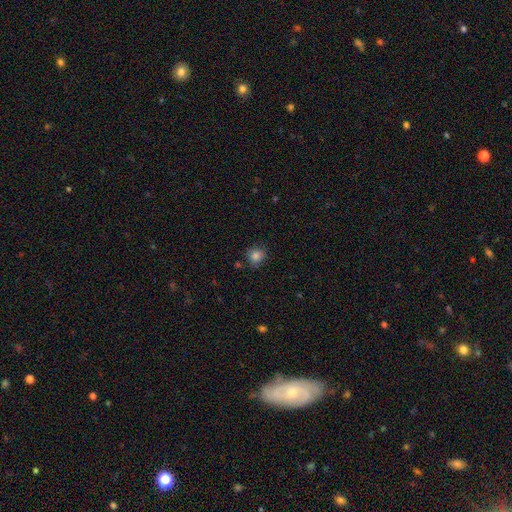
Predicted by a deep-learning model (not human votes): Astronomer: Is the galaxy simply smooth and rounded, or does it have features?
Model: smooth — 84%.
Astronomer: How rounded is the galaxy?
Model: round — 87%.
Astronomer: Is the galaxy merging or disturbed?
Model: none — 83%.